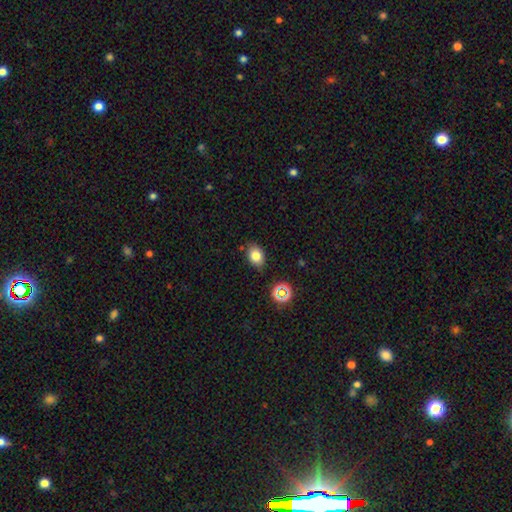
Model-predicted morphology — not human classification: Smooth or featured? smooth (78%)
How rounded? in between (72%)
Merging? none (82%)